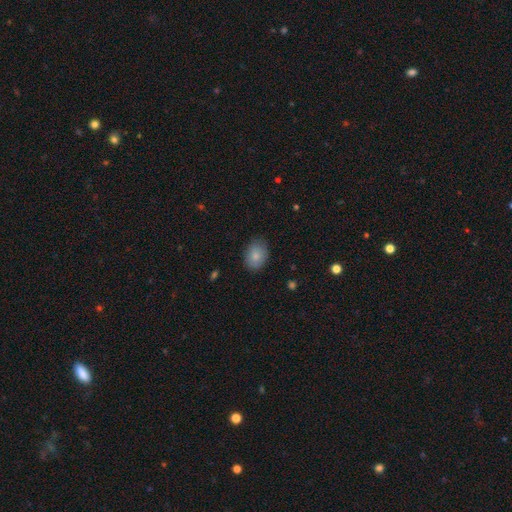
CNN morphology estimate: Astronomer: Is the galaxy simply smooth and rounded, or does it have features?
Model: smooth — 83%.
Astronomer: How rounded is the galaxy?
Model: in between — 74%.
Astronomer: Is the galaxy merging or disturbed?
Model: none — 81%.